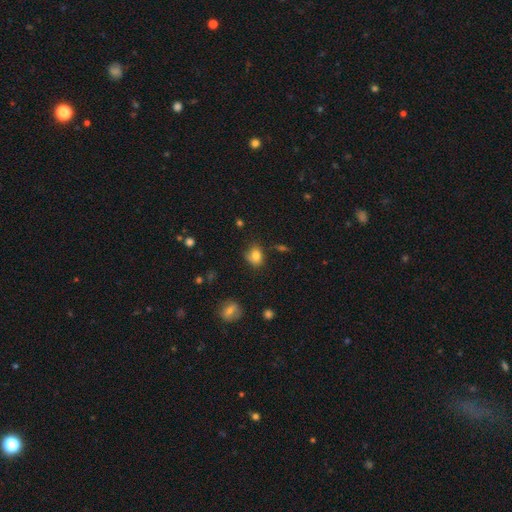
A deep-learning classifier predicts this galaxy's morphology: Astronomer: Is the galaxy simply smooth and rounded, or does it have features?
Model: smooth — 80%.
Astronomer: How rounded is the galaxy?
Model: in between — 53% (runner-up: round, 46%).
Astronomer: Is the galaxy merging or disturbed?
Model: none — 65%.